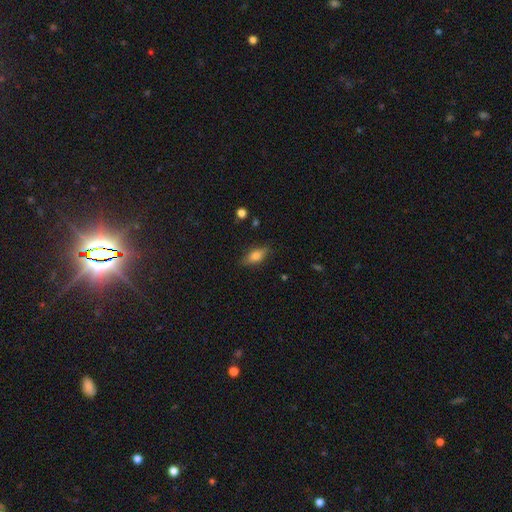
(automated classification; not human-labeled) Smooth or featured? Predicted: smooth (p=0.72). How rounded? Predicted: in between (p=0.78). Merging? Predicted: none (p=0.81).